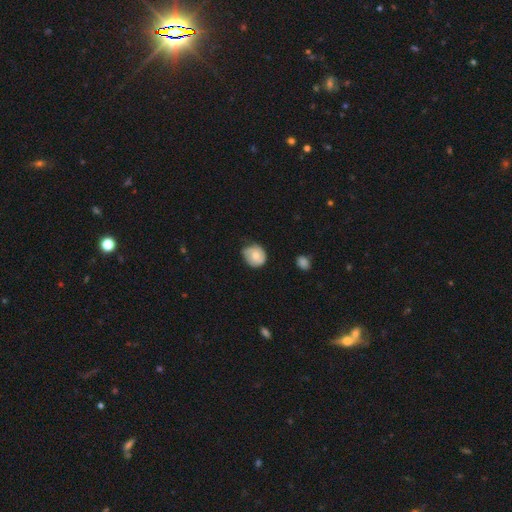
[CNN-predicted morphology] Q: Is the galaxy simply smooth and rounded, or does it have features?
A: smooth — 62%.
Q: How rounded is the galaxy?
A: round — 70%.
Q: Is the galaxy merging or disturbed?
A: none — 56%.